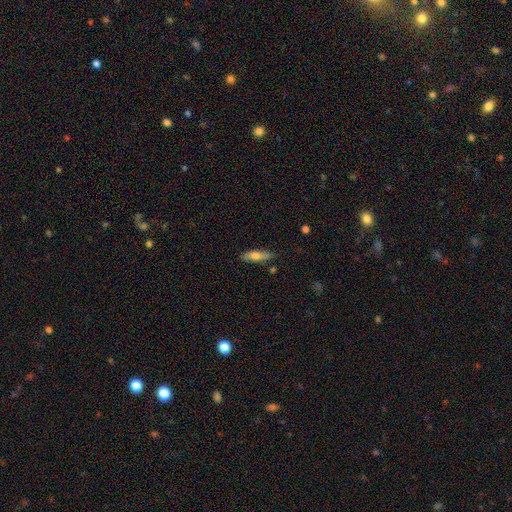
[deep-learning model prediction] A smooth galaxy with no disk features (68%) that is cigar-shaped (64%).

Vote fractions:
- Smooth or featured? smooth: 68% / featured or disk: 25% / star or artifact: 6%
- How rounded? cigar-shaped: 64% / in between: 33% / round: 2%
- Merging? none: 81% / minor disturbance: 14% / merger: 3% / major disturbance: 3%